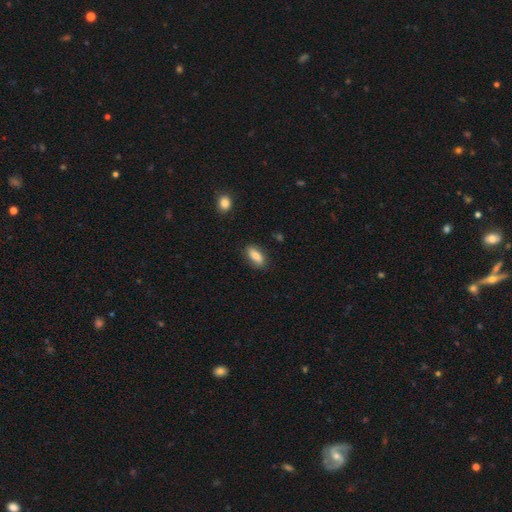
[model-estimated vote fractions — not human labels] smooth-or-featured: smooth: 75% | featured or disk: 18% | star or artifact: 7%
  how-rounded: in between: 81% | cigar-shaped: 15% | round: 4%
  merging: none: 83% | minor disturbance: 13% | major disturbance: 3% | merger: 2%